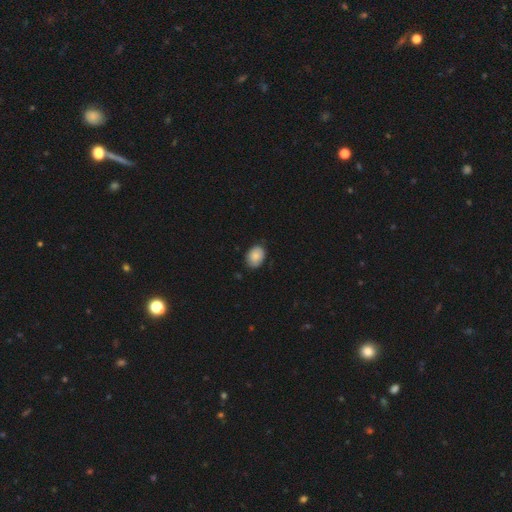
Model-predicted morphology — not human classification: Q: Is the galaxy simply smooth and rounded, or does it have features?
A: smooth — 85%.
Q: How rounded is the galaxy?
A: in between — 71%.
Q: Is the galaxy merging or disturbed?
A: none — 81%.